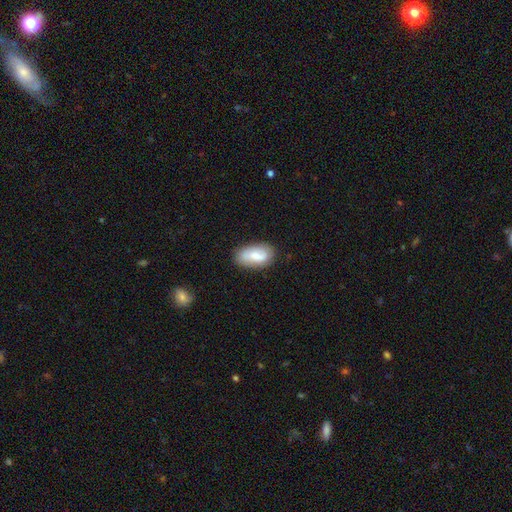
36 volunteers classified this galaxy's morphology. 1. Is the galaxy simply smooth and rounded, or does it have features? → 64% smooth, 31% featured or disk, 6% star or artifact.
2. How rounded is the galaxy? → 100% in between, 0% round, 0% cigar-shaped.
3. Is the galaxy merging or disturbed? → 85% none, 9% major disturbance, 6% minor disturbance, 0% merger.